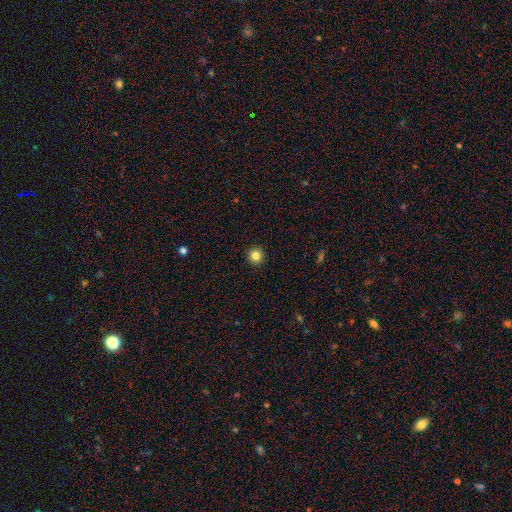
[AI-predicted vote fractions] Q: Smooth or featured?
A: smooth (84%); runner-up: star or artifact (11%)
Q: How rounded?
A: round (94%); runner-up: in between (5%)
Q: Merging?
A: none (93%); runner-up: minor disturbance (4%)